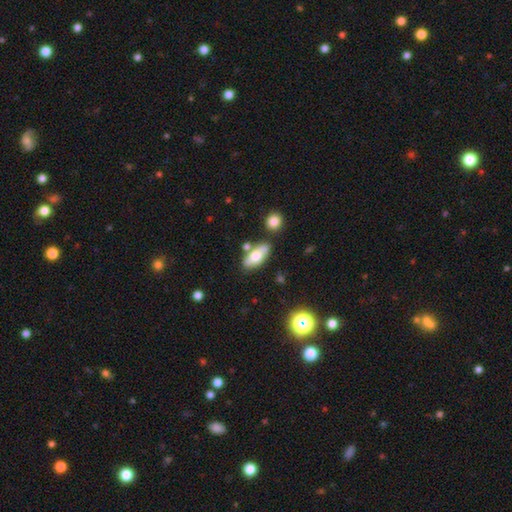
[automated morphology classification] Q: Smooth or featured?
A: smooth (67%); runner-up: featured or disk (25%)
Q: How rounded?
A: in between (85%); runner-up: cigar-shaped (12%)
Q: Merging?
A: none (71%); runner-up: minor disturbance (15%)